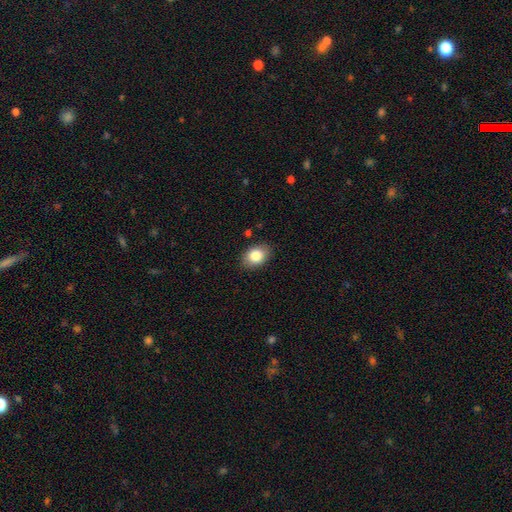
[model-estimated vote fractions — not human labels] Smooth or featured?
  - smooth: 84% *
  - star or artifact: 8%
  - featured or disk: 8%
How rounded?
  - in between: 75% *
  - round: 24%
  - cigar-shaped: 1%
Merging?
  - none: 85% *
  - minor disturbance: 11%
  - major disturbance: 2%
  - merger: 1%